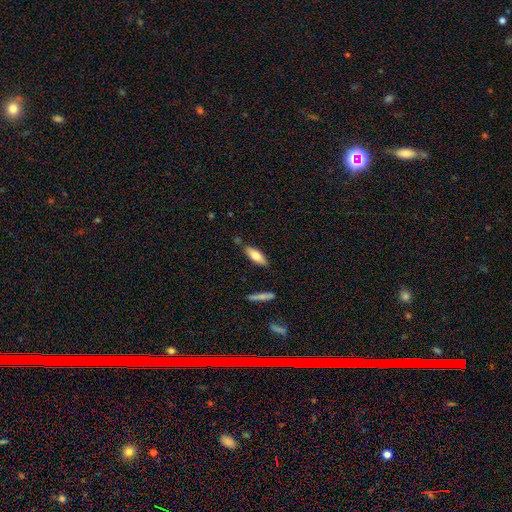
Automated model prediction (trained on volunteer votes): smooth-or-featured: smooth: 73% | featured or disk: 21% | star or artifact: 6%
  how-rounded: in between: 63% | cigar-shaped: 35% | round: 2%
  merging: none: 79% | minor disturbance: 14% | merger: 5% | major disturbance: 3%